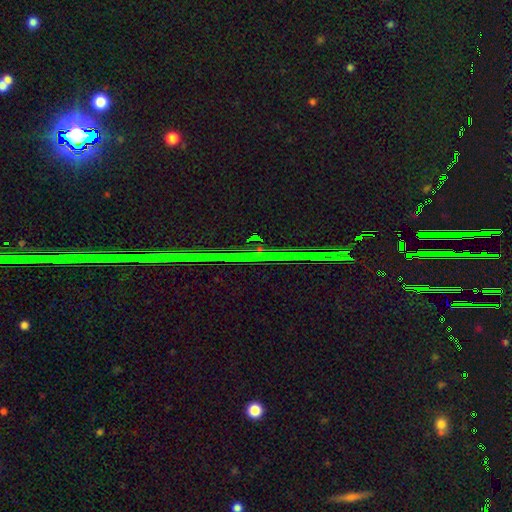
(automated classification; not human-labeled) Smooth or featured? star or artifact (88%)